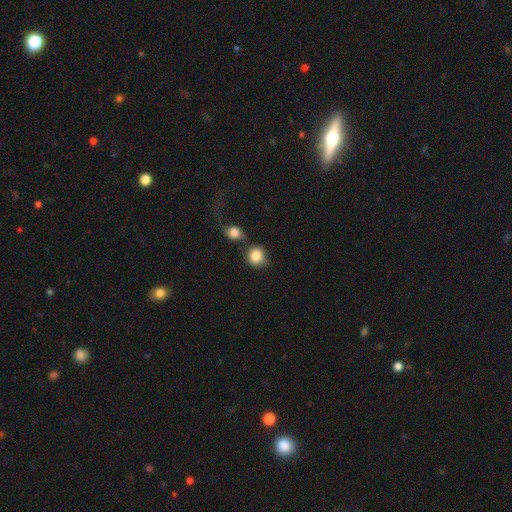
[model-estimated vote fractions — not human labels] Overall: smooth (84%). How rounded: round (83%). Merging: none (48%; merger 30%).